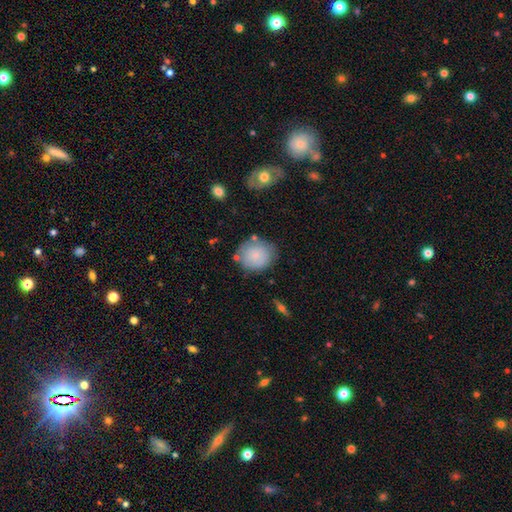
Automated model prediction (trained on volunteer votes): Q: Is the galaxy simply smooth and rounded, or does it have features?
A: smooth — 77%.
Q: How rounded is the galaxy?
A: round — 79%.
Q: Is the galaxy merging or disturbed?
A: none — 72%.